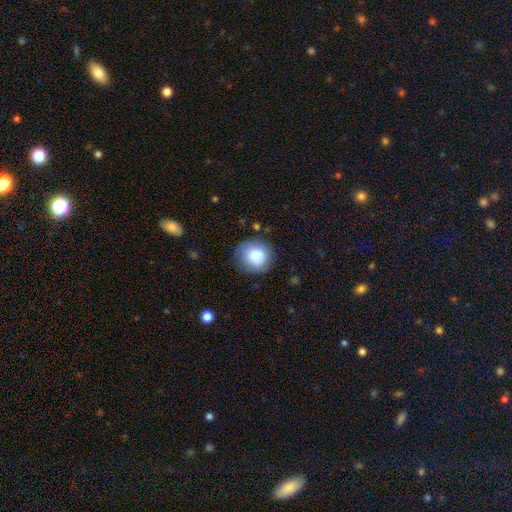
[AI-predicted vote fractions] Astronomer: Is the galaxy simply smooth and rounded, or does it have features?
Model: smooth — 77%.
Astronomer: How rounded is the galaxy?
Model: round — 87%.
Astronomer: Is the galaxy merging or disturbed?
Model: none — 80%.